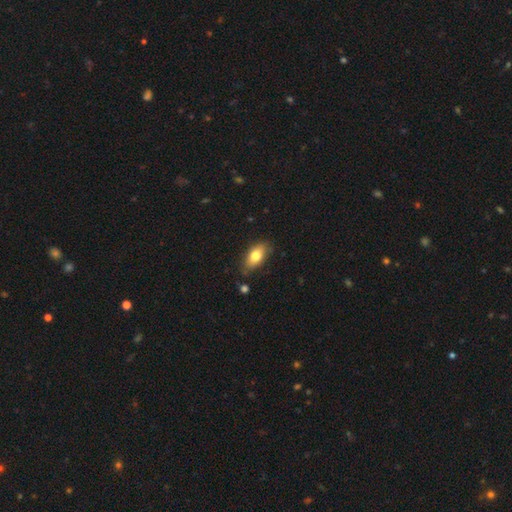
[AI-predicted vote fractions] smooth-or-featured: smooth: 76% | featured or disk: 17% | star or artifact: 7%
  how-rounded: in between: 87% | cigar-shaped: 8% | round: 5%
  merging: none: 79% | minor disturbance: 16% | major disturbance: 3% | merger: 3%